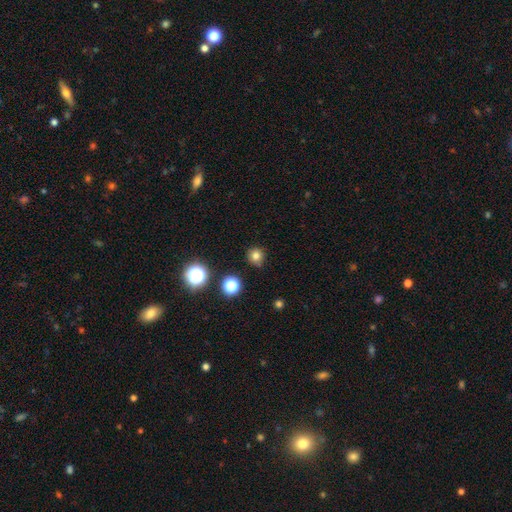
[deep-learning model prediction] Q: Smooth or featured?
A: smooth (78%); runner-up: star or artifact (16%)
Q: How rounded?
A: round (92%); runner-up: in between (7%)
Q: Merging?
A: none (86%); runner-up: minor disturbance (9%)